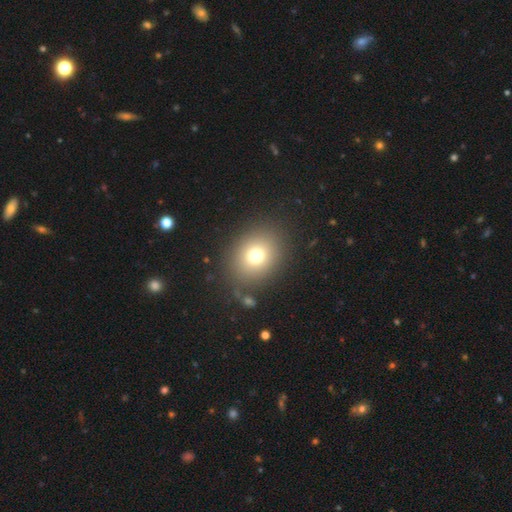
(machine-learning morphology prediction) Q: Smooth or featured?
A: smooth (74%); runner-up: star or artifact (14%)
Q: How rounded?
A: round (63%); runner-up: in between (36%)
Q: Merging?
A: none (83%); runner-up: minor disturbance (9%)